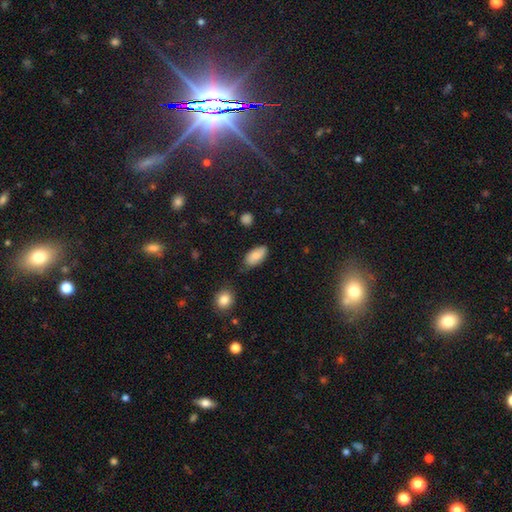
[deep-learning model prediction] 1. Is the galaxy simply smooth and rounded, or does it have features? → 82% smooth, 11% featured or disk, 7% star or artifact.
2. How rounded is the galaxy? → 93% in between, 4% cigar-shaped, 3% round.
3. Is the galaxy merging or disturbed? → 74% none, 19% minor disturbance, 4% major disturbance, 3% merger.